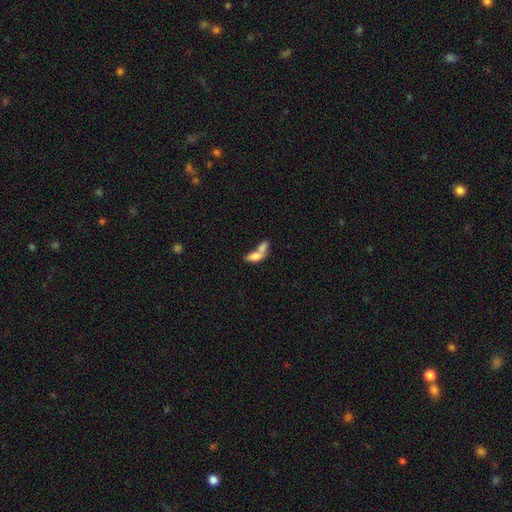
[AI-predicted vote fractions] This appears to be a smooth galaxy with no disk features (72%) that is in between round and cigar-shaped (78%). Merging: merger (71%).